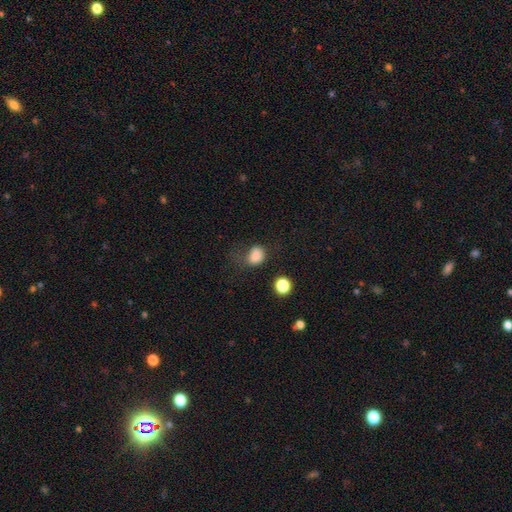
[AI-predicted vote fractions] smooth 82%, star or artifact 12%, featured or disk 7%. Down the decision tree: how rounded — in between (51%); merging — none (43%).